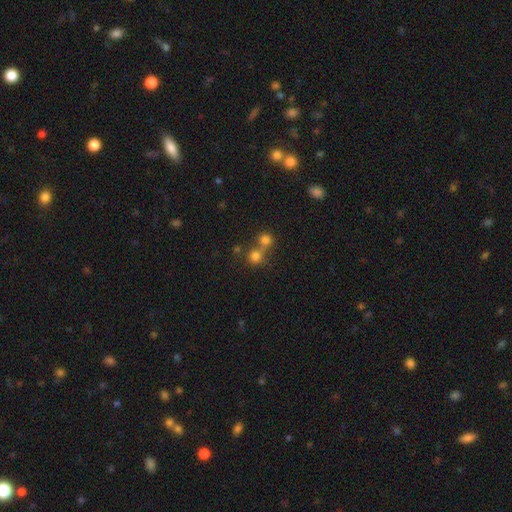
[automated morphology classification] smooth_or_featured: smooth (p=0.75) [alt: star or artifact p=0.16]
how_rounded: round (p=0.88) [alt: in between p=0.11]
merging: none (p=0.48) [alt: merger p=0.44]